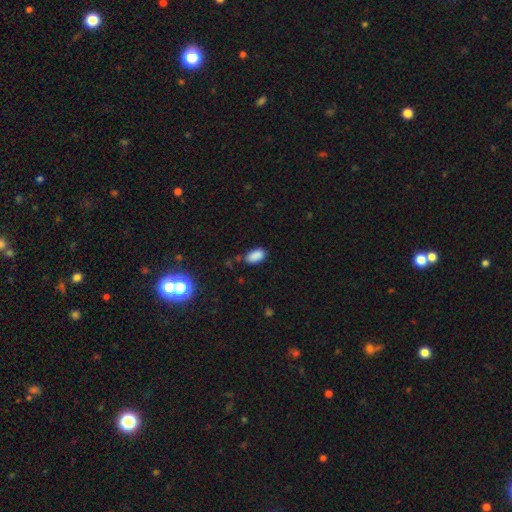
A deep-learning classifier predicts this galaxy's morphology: A smooth galaxy with no disk features (87%) that is in between round and cigar-shaped (93%).

Vote fractions:
- Smooth or featured? smooth: 87% / star or artifact: 10% / featured or disk: 3%
- How rounded? in between: 93% / round: 4% / cigar-shaped: 3%
- Merging? none: 77% / minor disturbance: 17% / major disturbance: 3% / merger: 3%